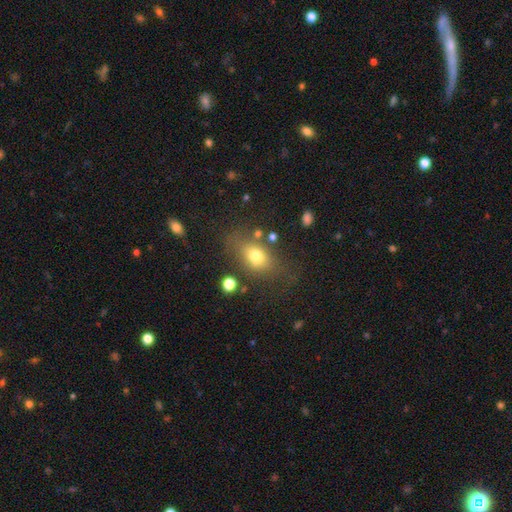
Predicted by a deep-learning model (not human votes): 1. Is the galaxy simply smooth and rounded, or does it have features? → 71% smooth, 16% featured or disk, 12% star or artifact.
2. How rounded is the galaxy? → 75% in between, 21% round, 3% cigar-shaped.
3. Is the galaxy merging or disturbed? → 59% none, 20% minor disturbance, 14% major disturbance, 6% merger.